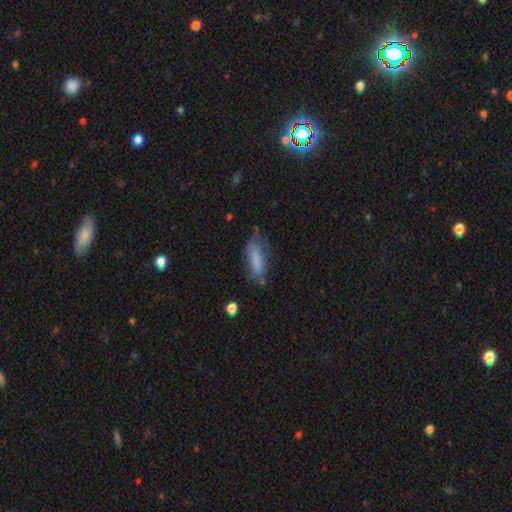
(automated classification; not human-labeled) smooth 65%, featured or disk 23%, star or artifact 12%. Down the decision tree: how rounded — in between (53%); merging — none (56%).